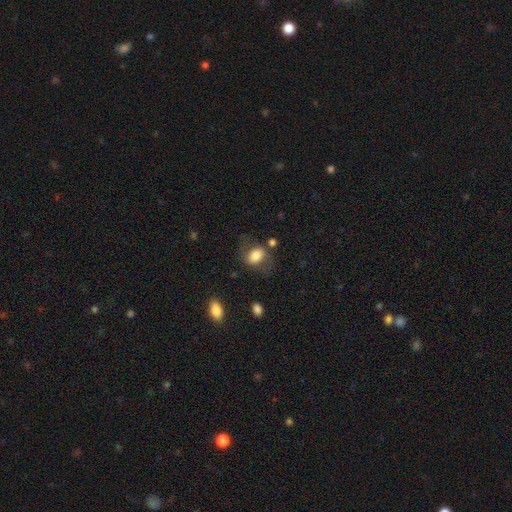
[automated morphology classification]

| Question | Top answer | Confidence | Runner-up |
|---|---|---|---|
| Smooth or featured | smooth | 72% | featured or disk (20%) |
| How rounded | in between | 71% | round (27%) |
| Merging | none | 60% | minor disturbance (21%) |